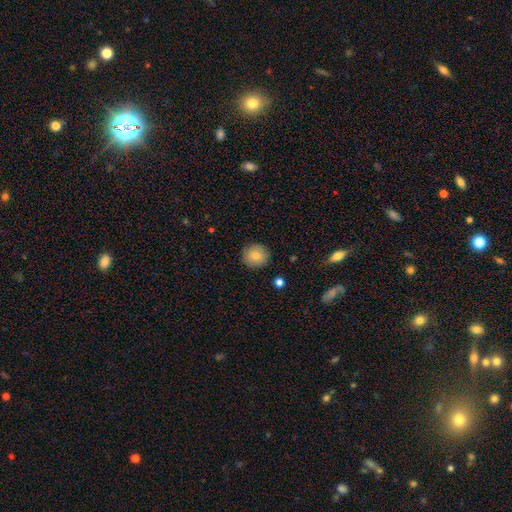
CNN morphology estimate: Overall: smooth (82%). How rounded: round (91%). Merging: none (90%).